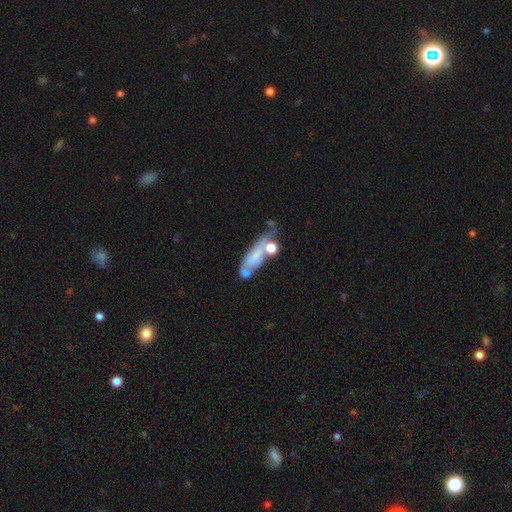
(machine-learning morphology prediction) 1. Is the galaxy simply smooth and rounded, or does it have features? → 45% smooth, 43% featured or disk, 12% star or artifact.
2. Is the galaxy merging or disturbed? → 30% merger, 26% none, 25% major disturbance, 19% minor disturbance.